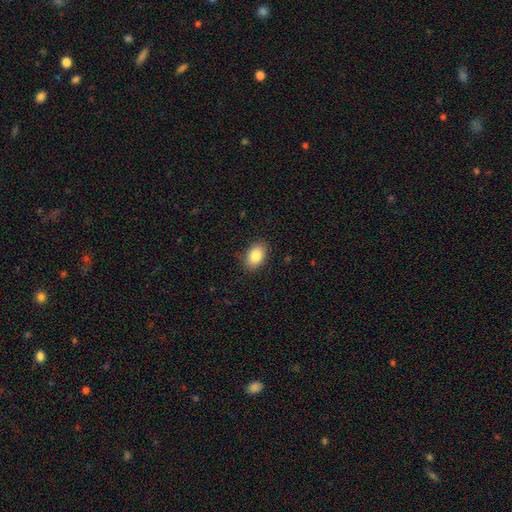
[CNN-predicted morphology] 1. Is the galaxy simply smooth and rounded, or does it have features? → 85% smooth, 8% star or artifact, 7% featured or disk.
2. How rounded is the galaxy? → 86% in between, 13% round, 1% cigar-shaped.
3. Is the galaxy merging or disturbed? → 86% none, 10% minor disturbance, 2% major disturbance, 1% merger.